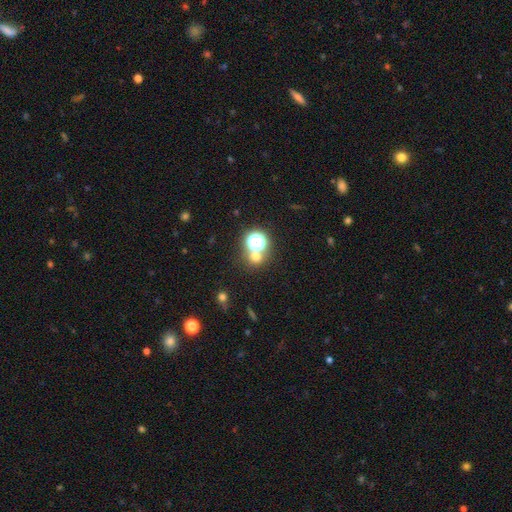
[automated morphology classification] Smooth or featured: smooth — 56% (star or artifact — 35%)
How rounded: round — 85% (in between — 14%)
Merging: none — 64% (merger — 24%)